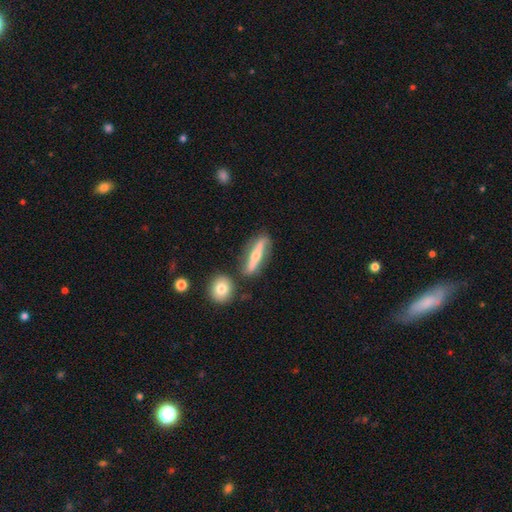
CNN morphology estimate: Overall: featured or disk (61%; smooth 33%). Edge-on disk: yes (77%). Merging: none (75%).